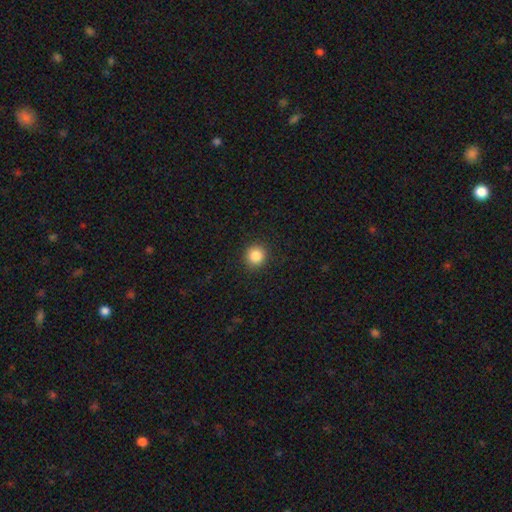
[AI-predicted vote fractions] Morphology: type=smooth (85%); roundness=round (93%); merging=none (92%).